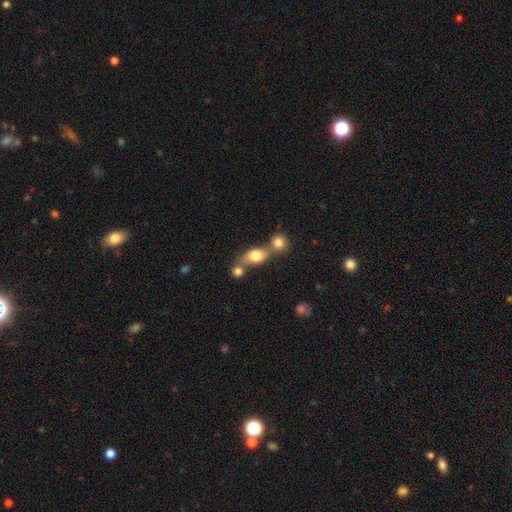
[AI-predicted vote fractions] Smooth or featured? Predicted: smooth (p=0.76). How rounded? Predicted: in between (p=0.65). Merging? Predicted: merger (p=0.43).